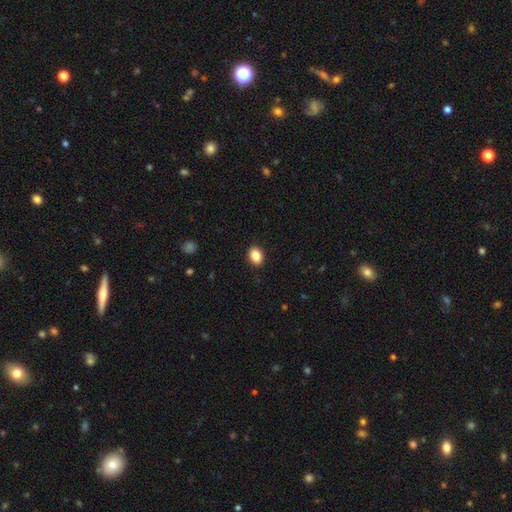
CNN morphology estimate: Smooth or featured: smooth — 87% (star or artifact — 9%)
How rounded: in between — 69% (round — 30%)
Merging: none — 90% (minor disturbance — 7%)